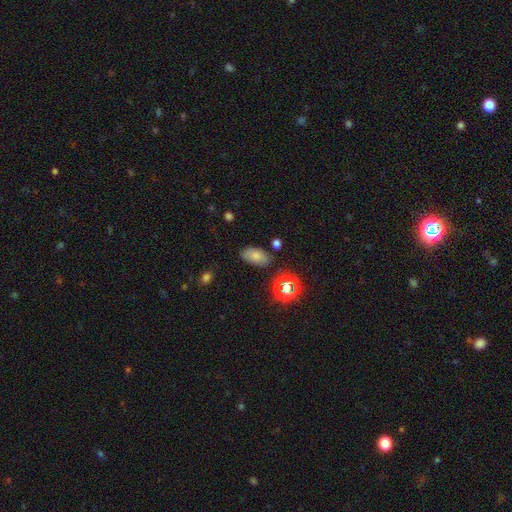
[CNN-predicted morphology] smooth-or-featured: smooth: 72% | star or artifact: 14% | featured or disk: 13%
  how-rounded: in between: 92% | round: 6% | cigar-shaped: 2%
  merging: none: 77% | minor disturbance: 16% | major disturbance: 4% | merger: 3%